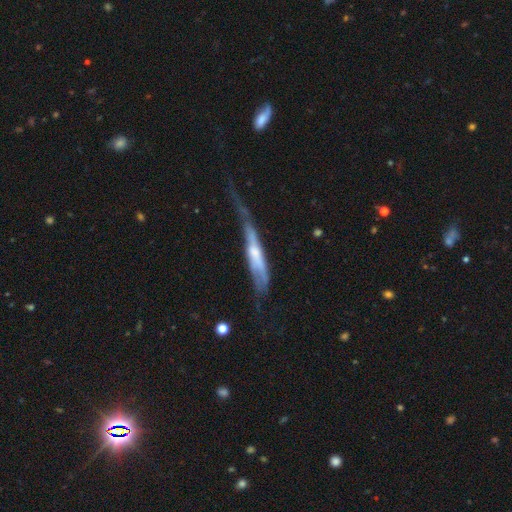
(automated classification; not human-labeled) Overall: featured or disk (61%; smooth 33%). Edge-on disk: yes (74%). Merging: major disturbance (43%; minor disturbance 28%).